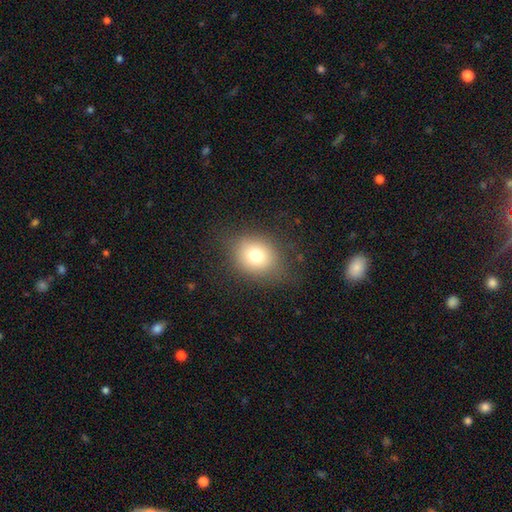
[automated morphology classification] smooth-or-featured: smooth: 74% | star or artifact: 13% | featured or disk: 13%
  how-rounded: round: 63% | in between: 36% | cigar-shaped: 1%
  merging: none: 78% | minor disturbance: 15% | major disturbance: 6% | merger: 1%